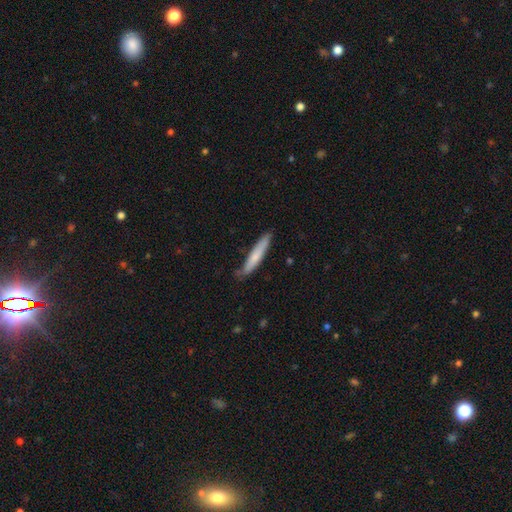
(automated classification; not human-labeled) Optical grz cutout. It shows a smooth galaxy with no disk features (70%) that is cigar-shaped (92%). Merging: none (76%).